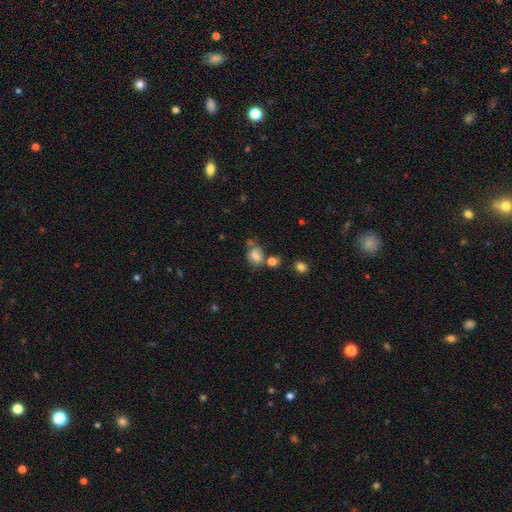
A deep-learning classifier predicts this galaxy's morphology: A smooth galaxy with no disk features (72%) that is in between round and cigar-shaped (51%). Merging: none (48%).